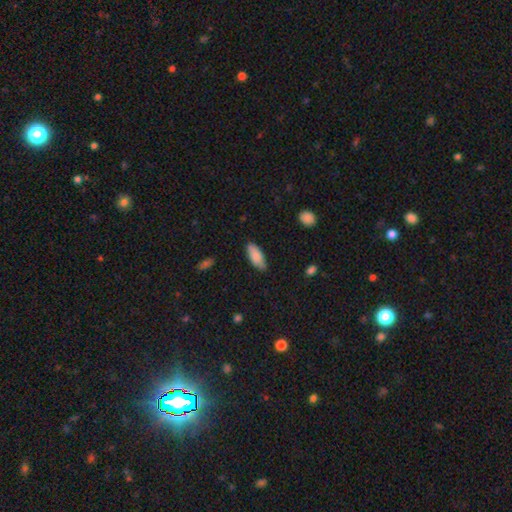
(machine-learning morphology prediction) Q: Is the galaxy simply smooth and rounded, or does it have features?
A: smooth — 87%.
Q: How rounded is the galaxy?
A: in between — 82%.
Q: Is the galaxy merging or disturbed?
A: none — 82%.